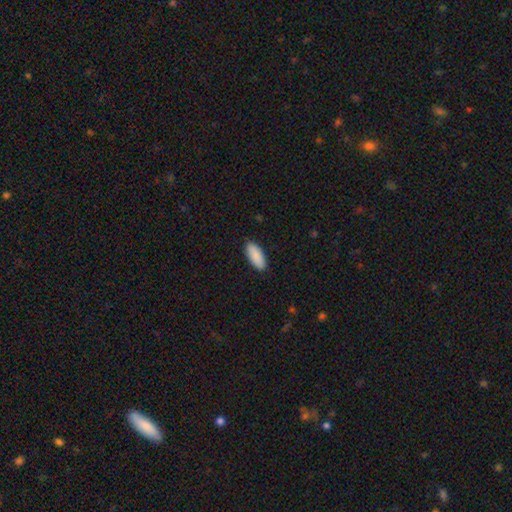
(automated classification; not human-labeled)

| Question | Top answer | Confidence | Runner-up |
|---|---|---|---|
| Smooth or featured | smooth | 91% | star or artifact (6%) |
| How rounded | in between | 86% | cigar-shaped (13%) |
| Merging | none | 89% | minor disturbance (8%) |